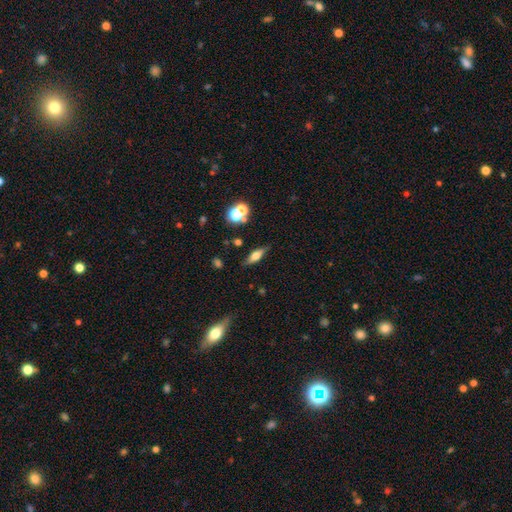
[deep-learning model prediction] featured or disk 47%, smooth 43%, star or artifact 10%. Down the decision tree: merging — none (78%).